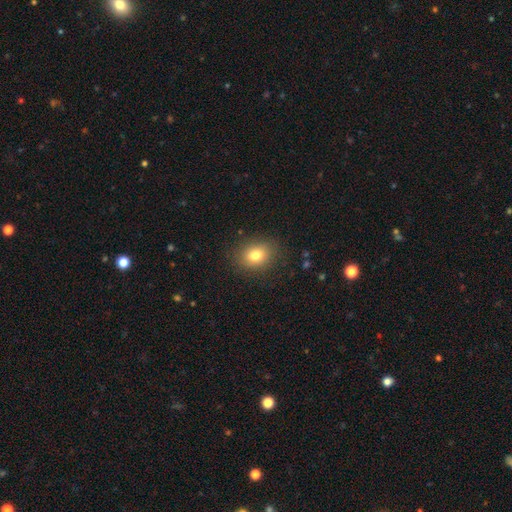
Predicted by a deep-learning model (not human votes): Smooth or featured?
  - smooth: 80% *
  - star or artifact: 11%
  - featured or disk: 9%
How rounded?
  - in between: 52% *
  - round: 47%
  - cigar-shaped: 1%
Merging?
  - none: 86% *
  - minor disturbance: 9%
  - major disturbance: 3%
  - merger: 1%